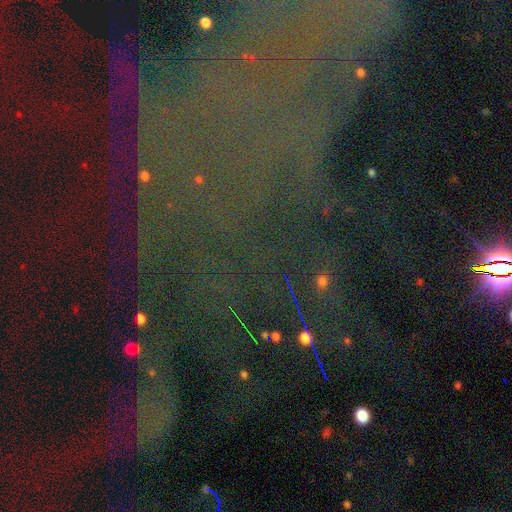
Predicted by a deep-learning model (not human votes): Overall: star or artifact (79%).